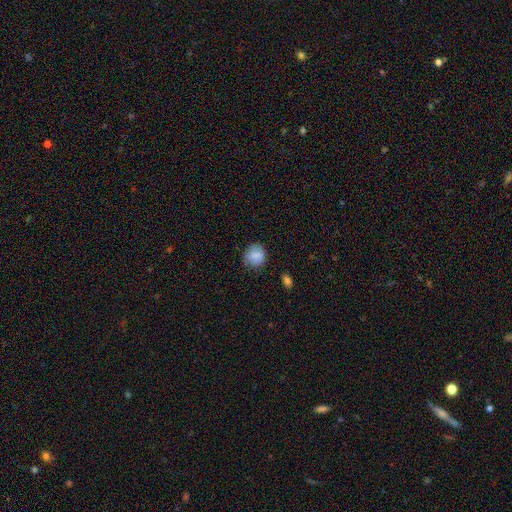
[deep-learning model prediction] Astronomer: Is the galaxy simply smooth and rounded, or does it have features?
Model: smooth — 85%.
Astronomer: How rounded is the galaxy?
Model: round — 84%.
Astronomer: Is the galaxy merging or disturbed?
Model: none — 79%.